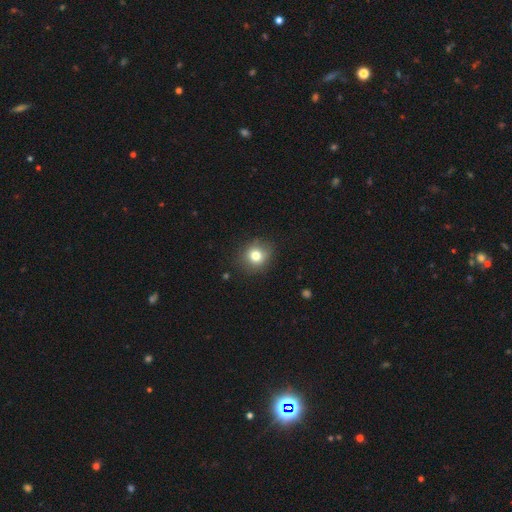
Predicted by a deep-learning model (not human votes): Smooth or featured? Predicted: smooth (p=0.78). How rounded? Predicted: round (p=0.82). Merging? Predicted: none (p=0.81).